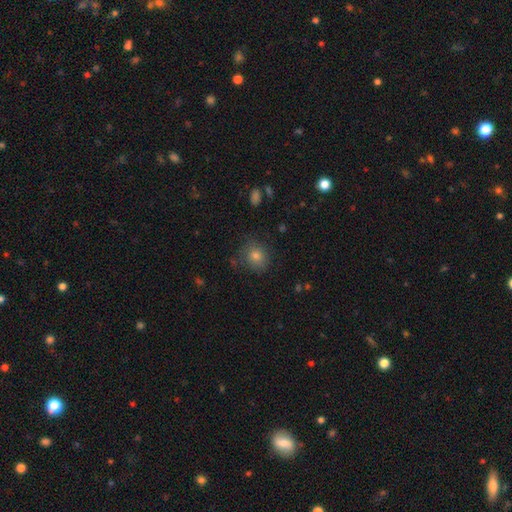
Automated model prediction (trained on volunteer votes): smooth_or_featured: smooth (p=0.73) [alt: star or artifact p=0.17]
how_rounded: round (p=0.81) [alt: in between p=0.18]
merging: none (p=0.78) [alt: minor disturbance p=0.15]